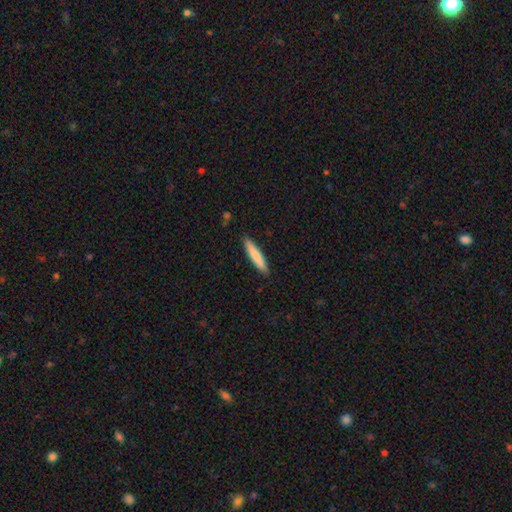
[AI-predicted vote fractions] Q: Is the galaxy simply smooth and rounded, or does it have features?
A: smooth — 79%.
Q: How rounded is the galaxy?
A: cigar-shaped — 91%.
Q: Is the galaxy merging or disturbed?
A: none — 90%.